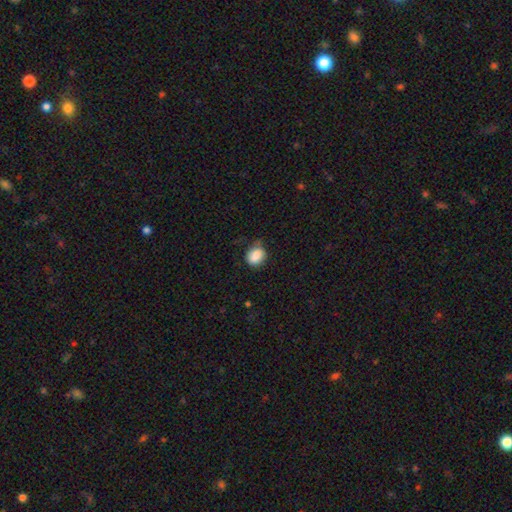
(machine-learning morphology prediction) Q: Smooth or featured?
A: smooth (86%); runner-up: star or artifact (8%)
Q: How rounded?
A: in between (53%); runner-up: round (46%)
Q: Merging?
A: none (59%); runner-up: minor disturbance (30%)